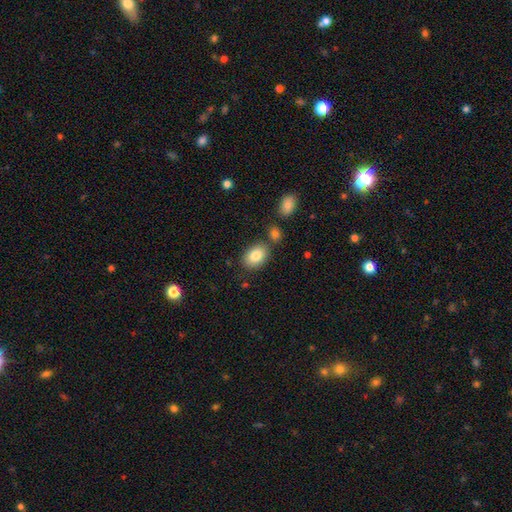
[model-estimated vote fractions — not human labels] smooth-or-featured: smooth: 83% | featured or disk: 9% | star or artifact: 7%
  how-rounded: in between: 85% | round: 14% | cigar-shaped: 1%
  merging: none: 76% | minor disturbance: 12% | merger: 9% | major disturbance: 3%